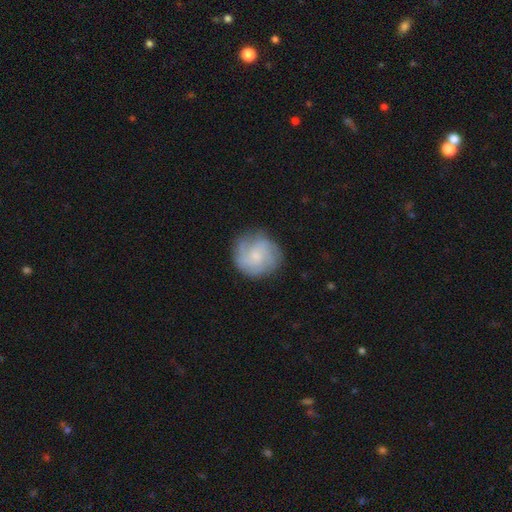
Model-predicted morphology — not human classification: Q: Smooth or featured?
A: featured or disk (65%); runner-up: smooth (28%)
Q: Edge-on disk?
A: no (98%); runner-up: yes (2%)
Q: Bar?
A: no (69%); runner-up: weak (28%)
Q: Spiral arms?
A: yes (93%); runner-up: no (7%)
Q: Spiral winding?
A: tight (49%); runner-up: medium (38%)
Q: Spiral arm count?
A: 3 (30%); runner-up: can't tell (27%)
Q: Bulge size?
A: small (55%); runner-up: moderate (28%)
Q: Merging?
A: none (79%); runner-up: minor disturbance (14%)